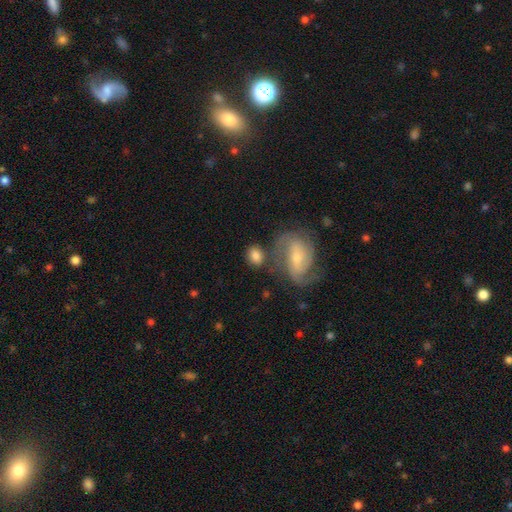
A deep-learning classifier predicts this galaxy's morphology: Smooth or featured: smooth — 70% (featured or disk — 23%)
How rounded: in between — 61% (round — 37%)
Merging: none — 61% (merger — 17%)